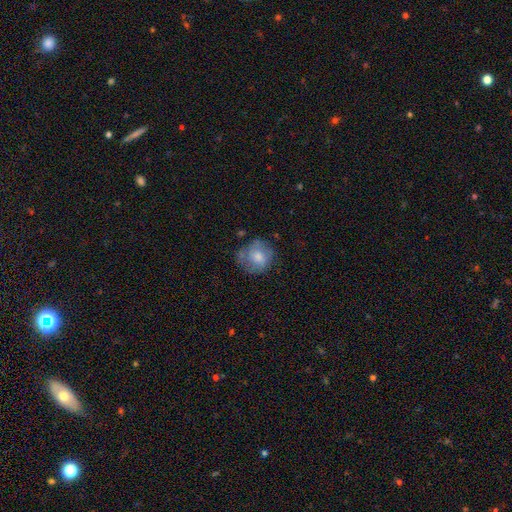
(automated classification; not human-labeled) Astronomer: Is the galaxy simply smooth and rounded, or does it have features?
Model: smooth — 61%.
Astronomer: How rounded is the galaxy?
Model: round — 80%.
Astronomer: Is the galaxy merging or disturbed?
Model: none — 57%.